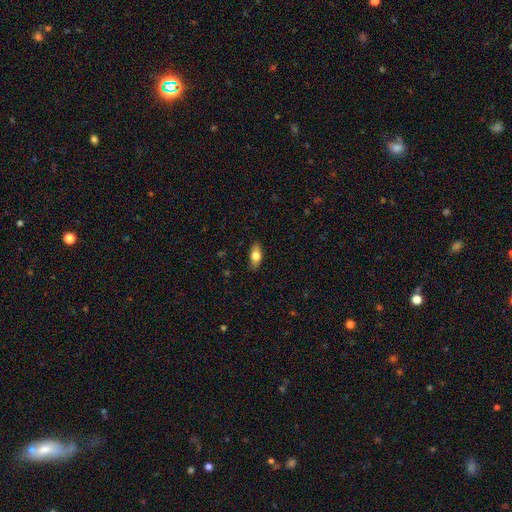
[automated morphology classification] Smooth or featured? Predicted: smooth (p=0.73). How rounded? Predicted: in between (p=0.83). Merging? Predicted: none (p=0.87).